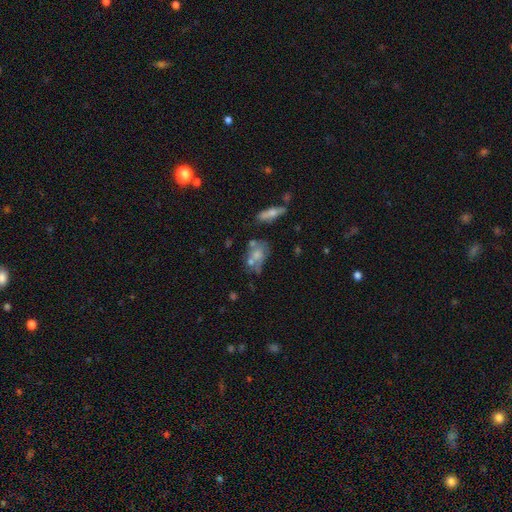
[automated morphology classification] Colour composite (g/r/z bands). It shows a smooth galaxy with no disk features (51%) that is in between round and cigar-shaped (72%). Merging: merger (33%).